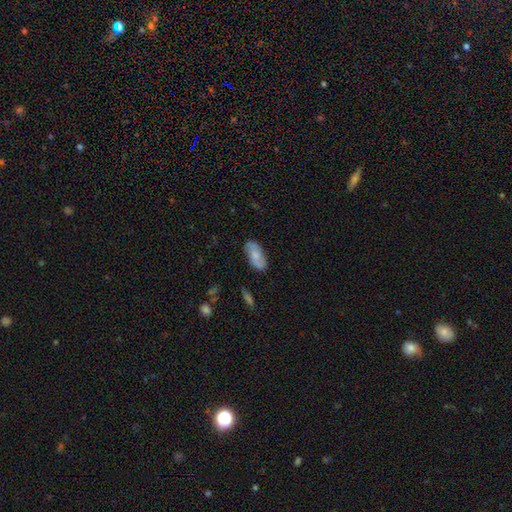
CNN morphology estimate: type=smooth (64%); roundness=in between (89%); merging=none (79%).